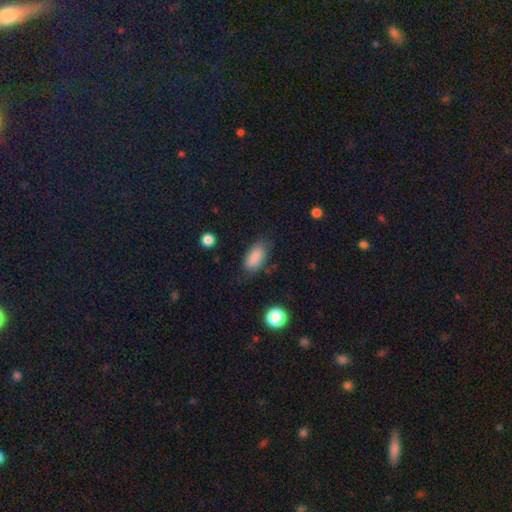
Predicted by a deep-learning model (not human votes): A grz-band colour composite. It shows a smooth galaxy with no disk features (85%) that is in between round and cigar-shaped (89%). Merging: none (73%).